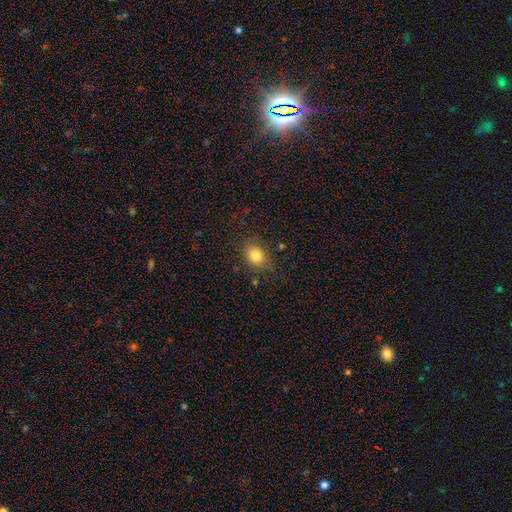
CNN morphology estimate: smooth_or_featured: smooth (p=0.81) [alt: star or artifact p=0.11]
how_rounded: round (p=0.53) [alt: in between p=0.46]
merging: none (p=0.78) [alt: minor disturbance p=0.15]